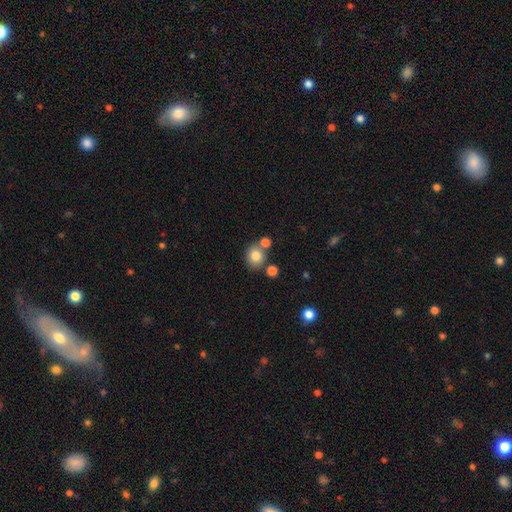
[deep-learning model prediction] Smooth or featured? Predicted: smooth (p=0.81). How rounded? Predicted: round (p=0.77). Merging? Predicted: none (p=0.66).